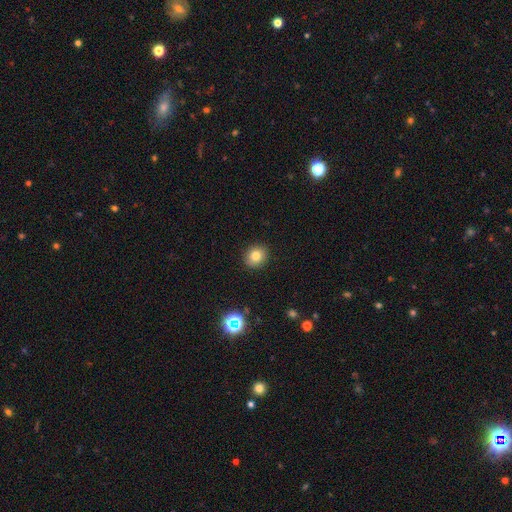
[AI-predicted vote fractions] A smooth galaxy with no disk features (79%) that is round (80%).

Vote fractions:
- Smooth or featured? smooth: 79% / star or artifact: 12% / featured or disk: 8%
- How rounded? round: 80% / in between: 19% / cigar-shaped: 1%
- Merging? none: 91% / minor disturbance: 6% / major disturbance: 2% / merger: 1%